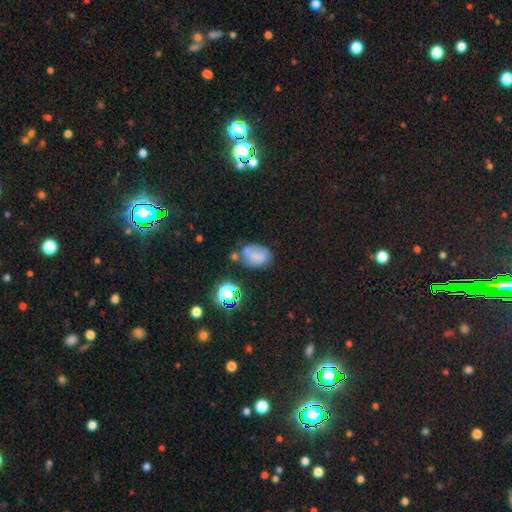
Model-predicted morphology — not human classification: The model was most divided on "merging": none: 44%, minor disturbance: 27%, merger: 15%, major disturbance: 14%. More confident: how rounded — in between (77%); smooth or featured — smooth (59%).